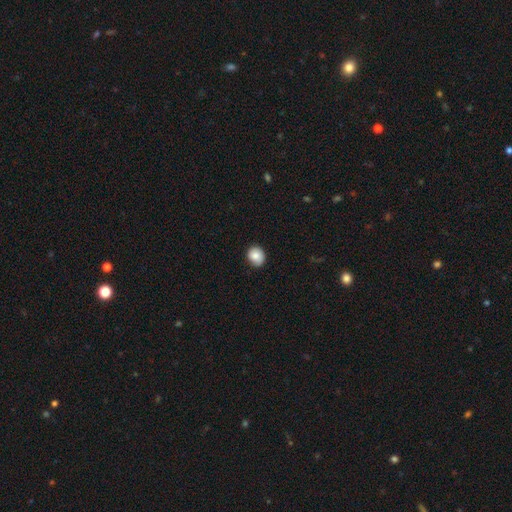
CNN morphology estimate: Smooth or featured? smooth (84%)
How rounded? round (74%)
Merging? none (80%)